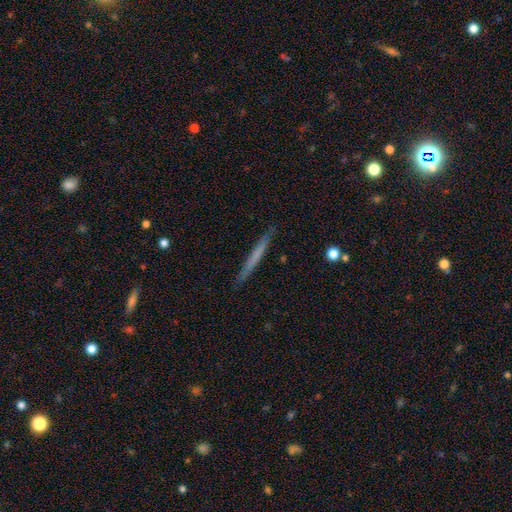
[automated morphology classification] smooth 54%, featured or disk 40%, star or artifact 6%. Down the decision tree: how rounded — cigar-shaped (97%); merging — none (90%).